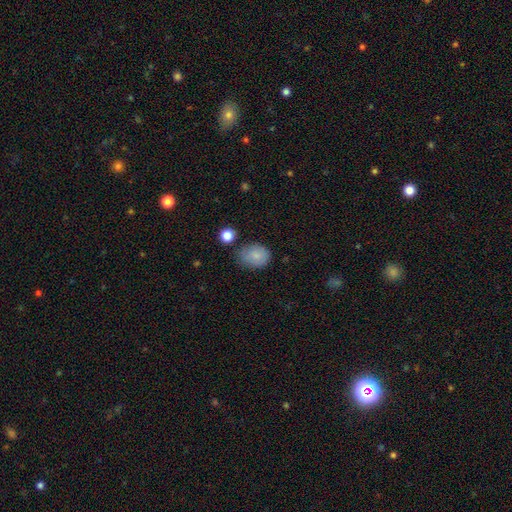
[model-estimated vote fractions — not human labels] Smooth or featured? smooth (84%)
How rounded? in between (51%)
Merging? none (66%)